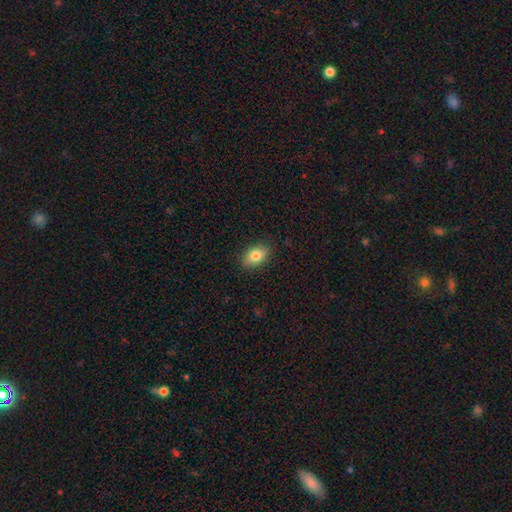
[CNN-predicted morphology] The model was most divided on "smooth or featured": smooth: 81%, featured or disk: 11%, star or artifact: 8%. More confident: merging — none (88%); how rounded — in between (86%).